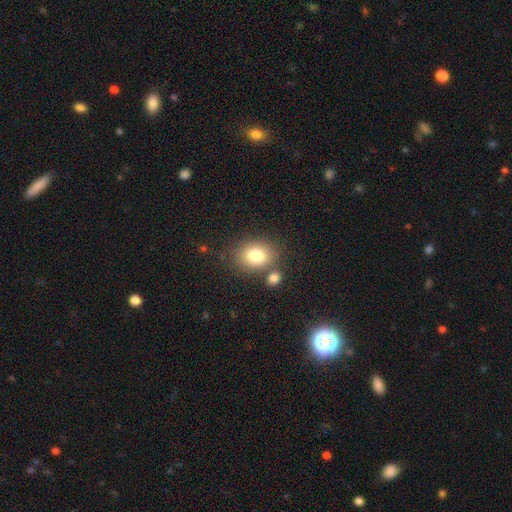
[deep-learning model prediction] smooth_or_featured: smooth (p=0.78) [alt: featured or disk p=0.11]
how_rounded: in between (p=0.54) [alt: round p=0.45]
merging: none (p=0.70) [alt: merger p=0.15]